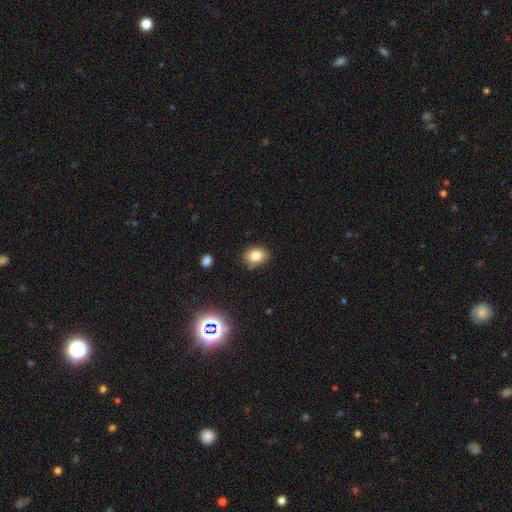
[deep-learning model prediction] Morphology: type=smooth (81%); roundness=in between (54%); merging=none (80%).